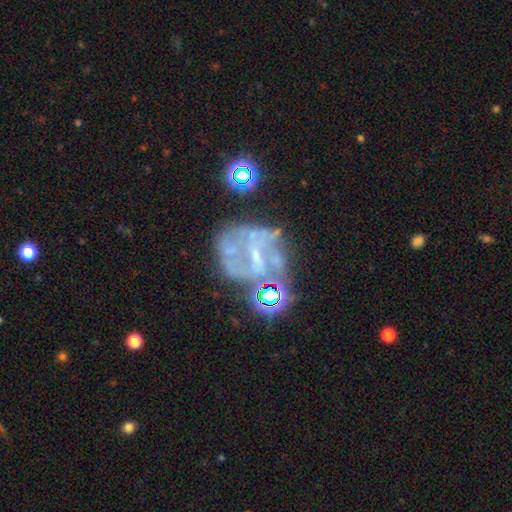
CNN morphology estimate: The model was most divided on "spiral arms": no: 54%, yes: 46%. Remaining: edge-on disk — no (98%); smooth or featured — featured or disk (68%); bulge size — small (53%); bar — no (52%); merging — none (42%).